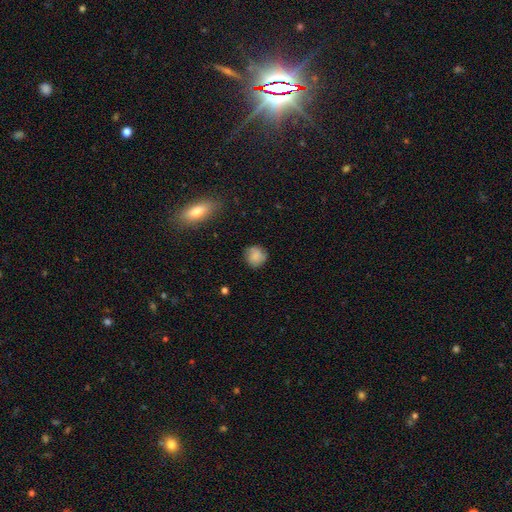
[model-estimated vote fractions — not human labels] This appears to be a smooth galaxy with no disk features (76%) that is round (86%). Merging: none (77%).